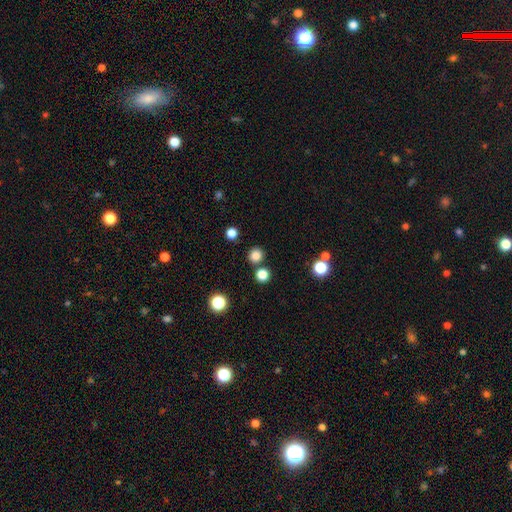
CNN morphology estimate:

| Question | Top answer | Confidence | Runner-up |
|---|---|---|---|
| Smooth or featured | smooth | 82% | star or artifact (14%) |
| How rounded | round | 93% | in between (6%) |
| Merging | none | 81% | merger (11%) |